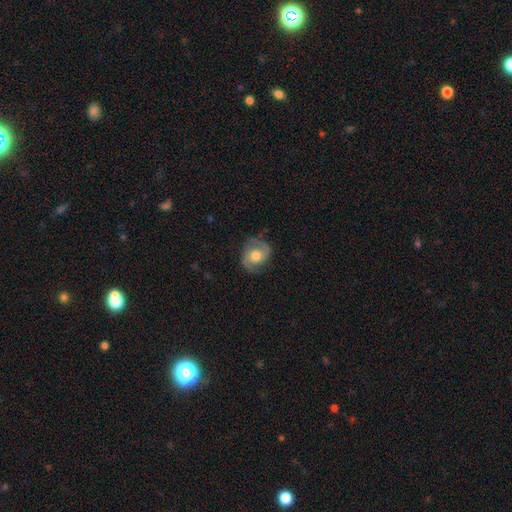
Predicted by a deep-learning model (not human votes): Smooth or featured: featured or disk — 71% (smooth — 23%)
Edge-on disk: no — 98% (yes — 2%)
Bar: no — 67% (weak — 27%)
Spiral arms: yes — 91% (no — 9%)
Spiral winding: medium — 50% (tight — 29%)
Spiral arm count: 2 — 89% (can't tell — 5%)
Bulge size: moderate — 66% (large — 19%)
Merging: none — 77% (minor disturbance — 16%)